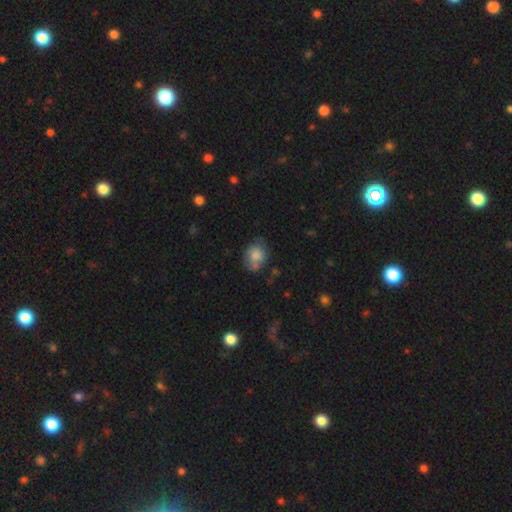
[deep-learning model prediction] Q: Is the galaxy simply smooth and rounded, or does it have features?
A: smooth — 77%.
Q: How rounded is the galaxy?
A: round — 54%.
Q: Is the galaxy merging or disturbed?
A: none — 53%.